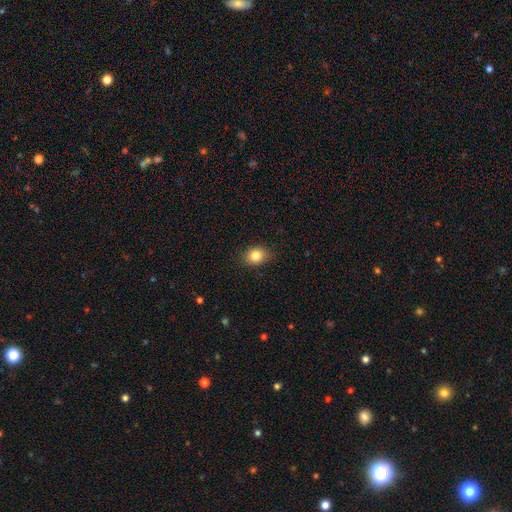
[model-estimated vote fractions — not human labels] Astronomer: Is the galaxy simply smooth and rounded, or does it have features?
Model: smooth — 84%.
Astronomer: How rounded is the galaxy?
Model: round — 54% (runner-up: in between, 45%).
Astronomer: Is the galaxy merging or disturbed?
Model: none — 84%.